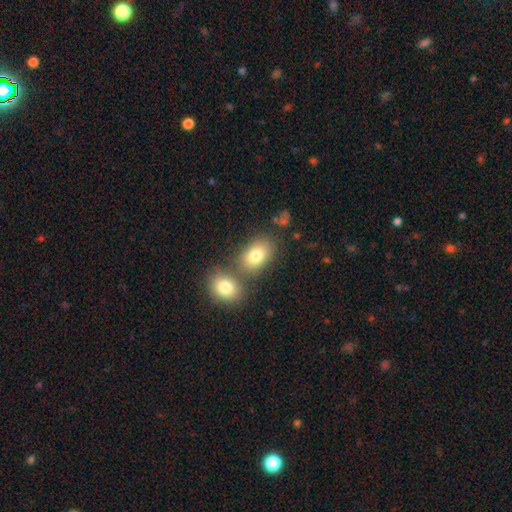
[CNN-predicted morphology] Overall: smooth (80%). How rounded: in between (80%). Merging: none (58%; merger 28%).